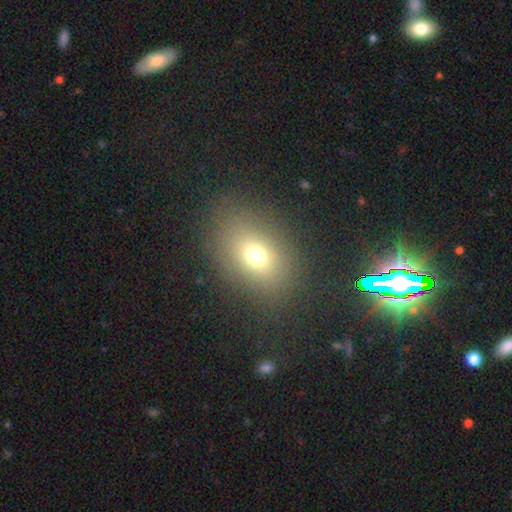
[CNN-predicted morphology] Smooth or featured? Predicted: smooth (p=0.69). How rounded? Predicted: in between (p=0.67). Merging? Predicted: none (p=0.82).